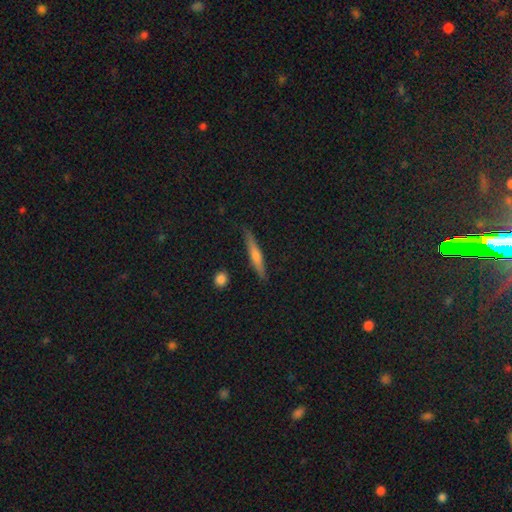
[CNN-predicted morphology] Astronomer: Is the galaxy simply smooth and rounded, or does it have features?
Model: smooth — 48% (runner-up: featured or disk, 45%).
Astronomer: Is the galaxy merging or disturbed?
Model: none — 87%.